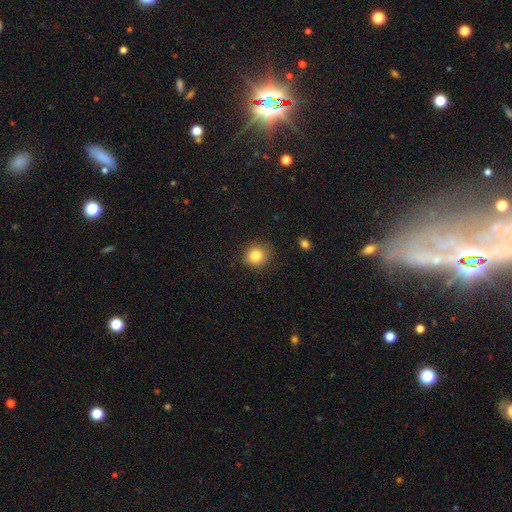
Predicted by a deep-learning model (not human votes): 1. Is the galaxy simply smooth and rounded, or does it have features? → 83% smooth, 10% star or artifact, 7% featured or disk.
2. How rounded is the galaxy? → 80% round, 19% in between, 1% cigar-shaped.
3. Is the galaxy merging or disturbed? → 82% none, 13% minor disturbance, 3% major disturbance, 1% merger.